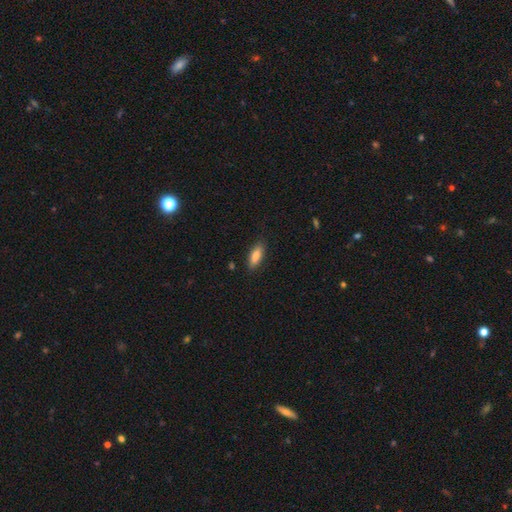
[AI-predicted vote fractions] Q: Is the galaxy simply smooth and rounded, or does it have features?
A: smooth — 82%.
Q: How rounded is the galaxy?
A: in between — 70%.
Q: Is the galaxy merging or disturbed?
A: none — 85%.